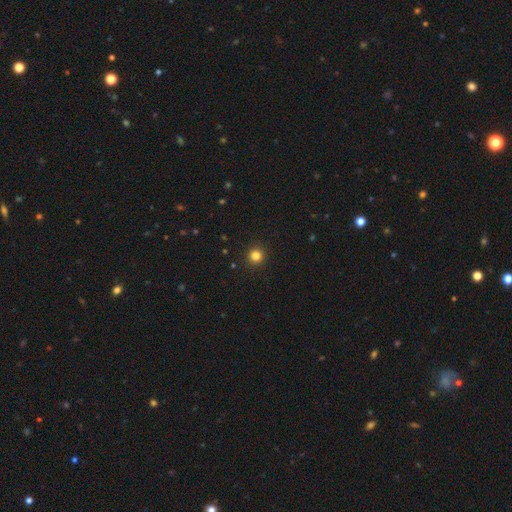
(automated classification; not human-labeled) A smooth galaxy with no disk features (82%) that is round (95%).

Vote fractions:
- Smooth or featured? smooth: 82% / star or artifact: 14% / featured or disk: 5%
- How rounded? round: 95% / in between: 4% / cigar-shaped: 1%
- Merging? none: 93% / minor disturbance: 4% / major disturbance: 2% / merger: 1%